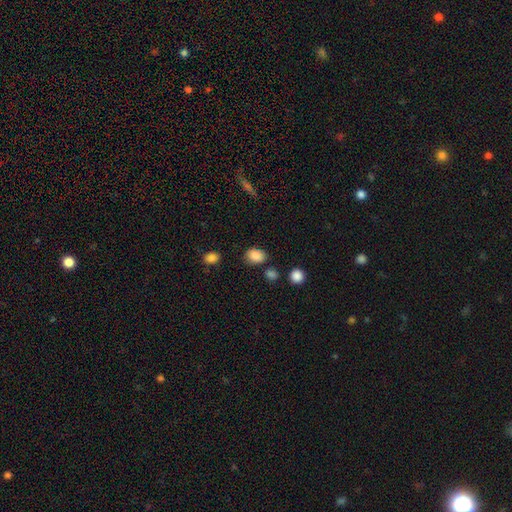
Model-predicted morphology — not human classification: Smooth or featured? Predicted: smooth (p=0.87). How rounded? Predicted: in between (p=0.70). Merging? Predicted: none (p=0.75).